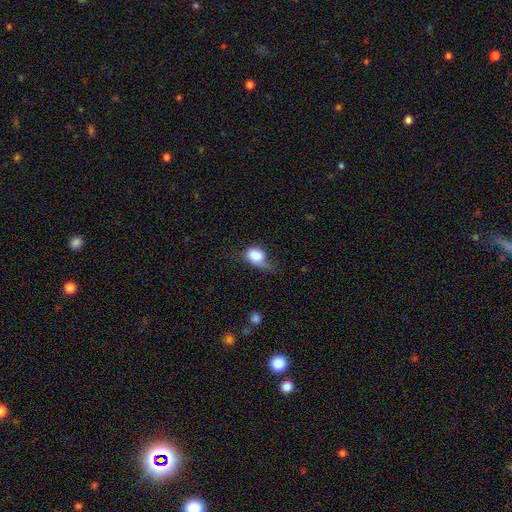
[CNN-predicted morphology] Smooth or featured?
  - smooth: 80% *
  - featured or disk: 12%
  - star or artifact: 8%
How rounded?
  - in between: 61% *
  - round: 38%
  - cigar-shaped: 1%
Merging?
  - minor disturbance: 38% *
  - major disturbance: 31%
  - none: 28%
  - merger: 4%